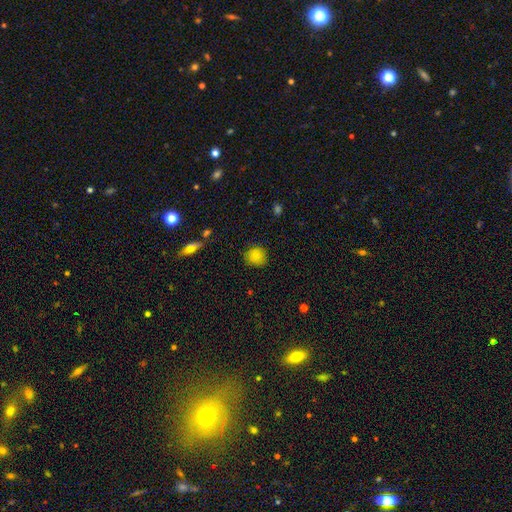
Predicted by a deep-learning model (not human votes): Smooth or featured? smooth (81%)
How rounded? round (88%)
Merging? none (84%)